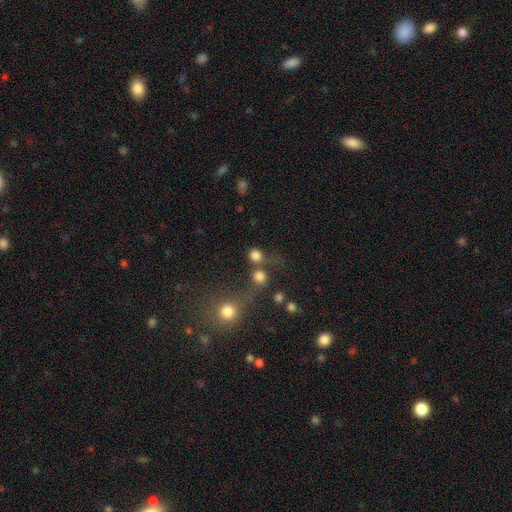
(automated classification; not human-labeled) Smooth or featured?
  - smooth: 79% *
  - star or artifact: 14%
  - featured or disk: 7%
How rounded?
  - round: 86% *
  - in between: 13%
  - cigar-shaped: 1%
Merging?
  - none: 55% *
  - merger: 29%
  - minor disturbance: 9%
  - major disturbance: 7%